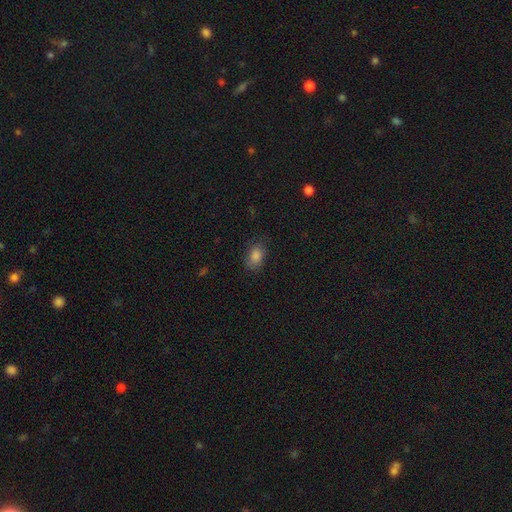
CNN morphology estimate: Smooth or featured: smooth — 82% (star or artifact — 11%)
How rounded: in between — 80% (round — 19%)
Merging: none — 79% (minor disturbance — 16%)